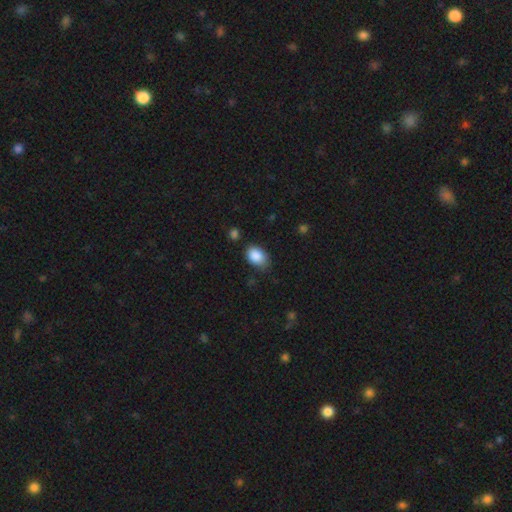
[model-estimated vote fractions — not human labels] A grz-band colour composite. It shows a smooth galaxy with no disk features (88%) that is in between round and cigar-shaped (84%). Merging: none (71%).